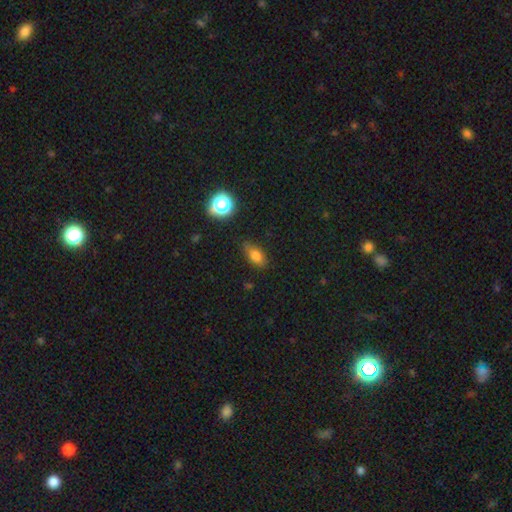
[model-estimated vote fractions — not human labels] Morphology: type=smooth (74%); roundness=in between (77%); merging=none (76%).